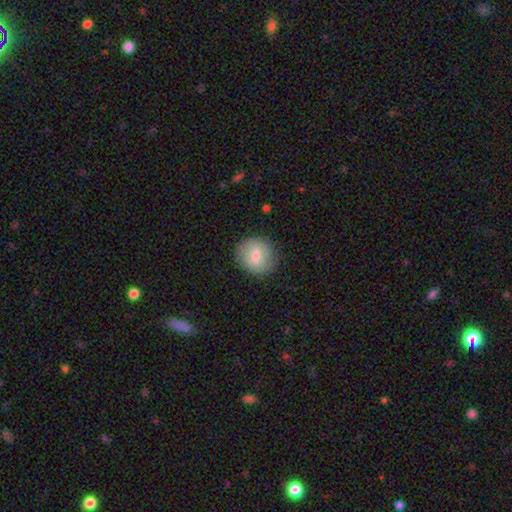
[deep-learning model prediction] A smooth galaxy with no disk features (74%) that is round (85%).

Vote fractions:
- Smooth or featured? smooth: 74% / featured or disk: 18% / star or artifact: 7%
- How rounded? round: 85% / in between: 14% / cigar-shaped: 1%
- Merging? none: 83% / minor disturbance: 12% / major disturbance: 4% / merger: 1%